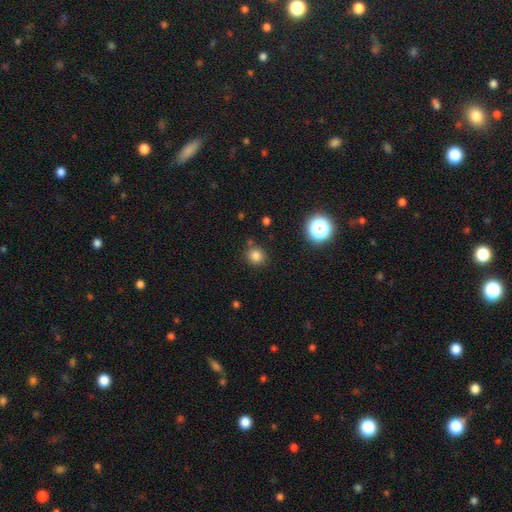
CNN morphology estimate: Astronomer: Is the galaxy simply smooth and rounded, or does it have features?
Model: smooth — 80%.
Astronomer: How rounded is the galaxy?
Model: round — 91%.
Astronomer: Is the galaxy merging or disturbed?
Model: none — 82%.